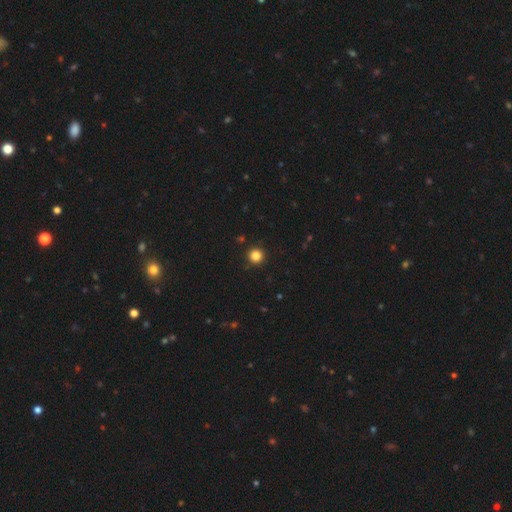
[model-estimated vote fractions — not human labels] A smooth galaxy with no disk features (84%) that is round (96%). Merging: none (93%).